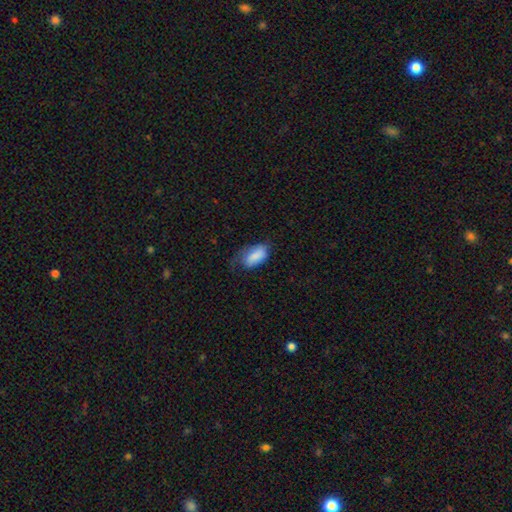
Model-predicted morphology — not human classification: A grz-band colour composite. It shows a smooth galaxy with no disk features (81%) that is in between round and cigar-shaped (92%). Merging: none (41%).